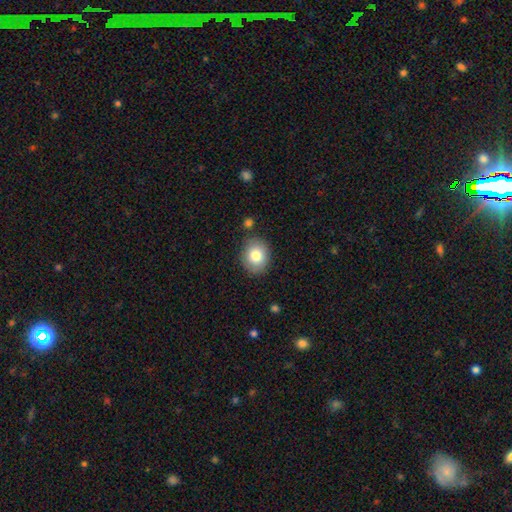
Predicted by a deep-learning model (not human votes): smooth-or-featured: smooth: 81% | featured or disk: 11% | star or artifact: 8%
  how-rounded: round: 62% | in between: 37% | cigar-shaped: 1%
  merging: none: 82% | minor disturbance: 11% | merger: 4% | major disturbance: 3%